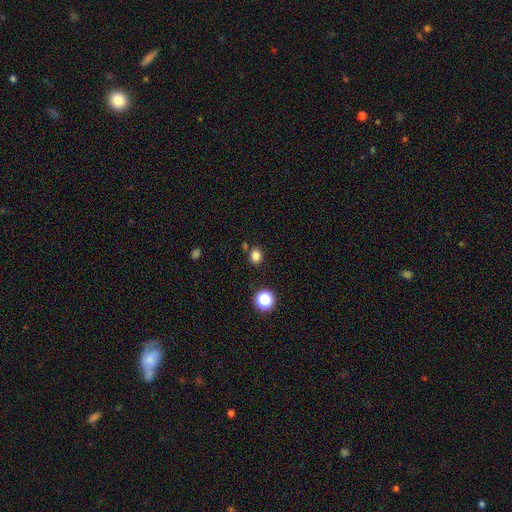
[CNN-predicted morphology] The model was most divided on "how rounded": round: 67%, in between: 33%, cigar-shaped: 1%. More confident: merging — none (81%); smooth or featured — smooth (81%).